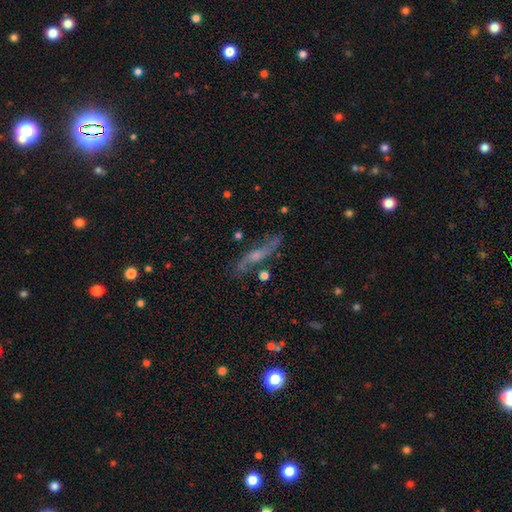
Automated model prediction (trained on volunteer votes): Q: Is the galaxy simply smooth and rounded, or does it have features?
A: featured or disk — 69%.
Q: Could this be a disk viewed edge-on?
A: no — 55%.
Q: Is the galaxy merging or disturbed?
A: none — 68%.